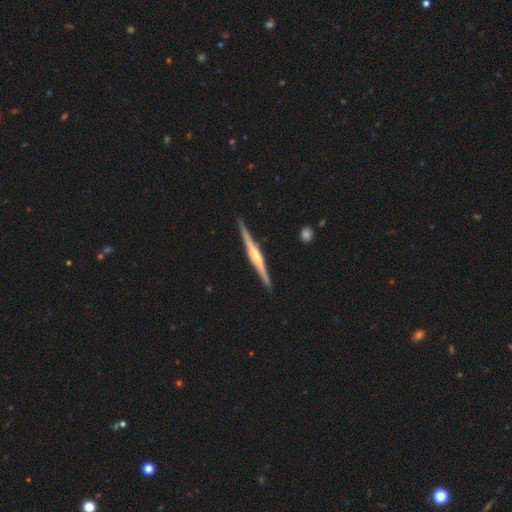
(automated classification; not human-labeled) featured or disk 82%, smooth 13%, star or artifact 5%. Down the decision tree: edge-on disk — yes (98%); edge-on bulge — rounded (74%); merging — none (90%).